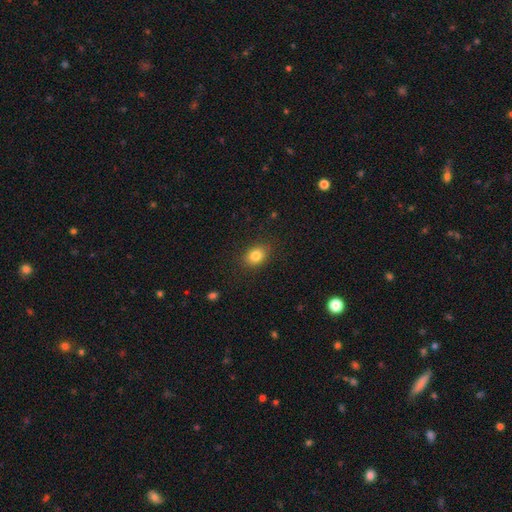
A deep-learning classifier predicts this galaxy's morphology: type=smooth (83%); roundness=in between (60%); merging=none (86%).